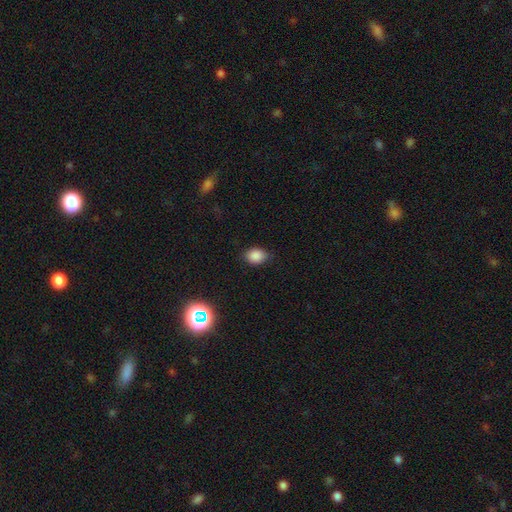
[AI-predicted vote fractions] The model was most divided on "how rounded": in between: 65%, round: 34%, cigar-shaped: 1%. More confident: smooth or featured — smooth (85%); merging — none (82%).